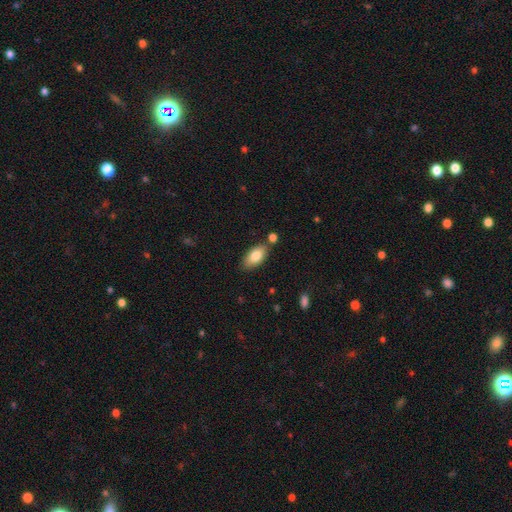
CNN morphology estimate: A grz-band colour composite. It shows a smooth galaxy with no disk features (82%) that is in between round and cigar-shaped (91%). Merging: none (78%).